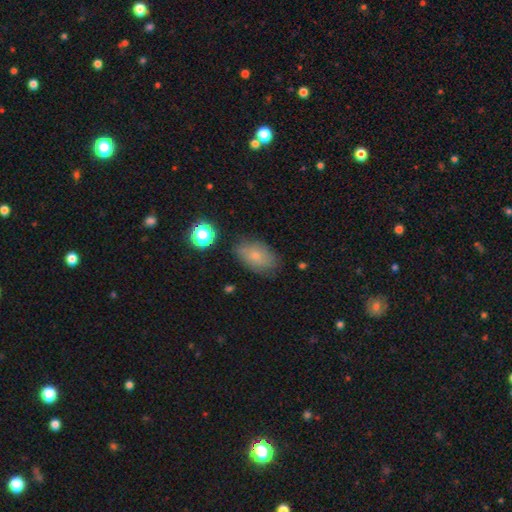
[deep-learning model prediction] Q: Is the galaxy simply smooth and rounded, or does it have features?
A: smooth — 72%.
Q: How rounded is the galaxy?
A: in between — 87%.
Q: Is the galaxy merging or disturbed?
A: none — 74%.